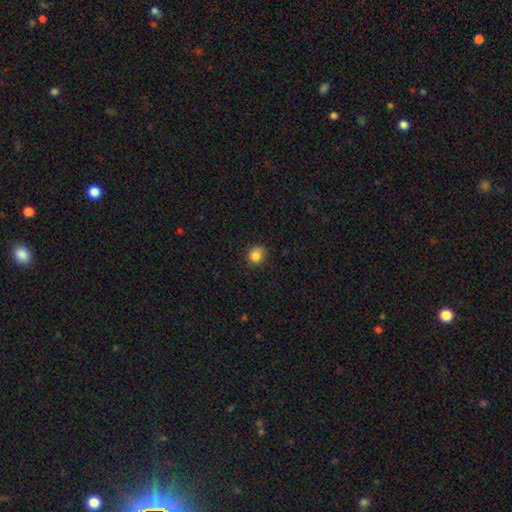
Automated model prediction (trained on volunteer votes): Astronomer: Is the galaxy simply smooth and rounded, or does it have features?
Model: smooth — 84%.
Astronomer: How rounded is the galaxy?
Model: round — 80%.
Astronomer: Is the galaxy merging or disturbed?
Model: none — 78%.